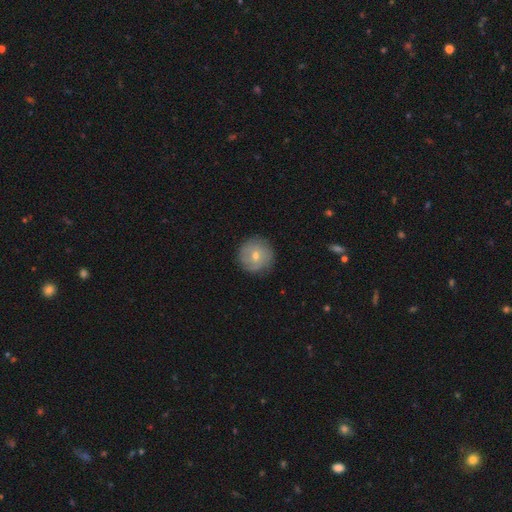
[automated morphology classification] Smooth or featured: smooth — 49% (featured or disk — 42%)
Merging: none — 87% (minor disturbance — 10%)